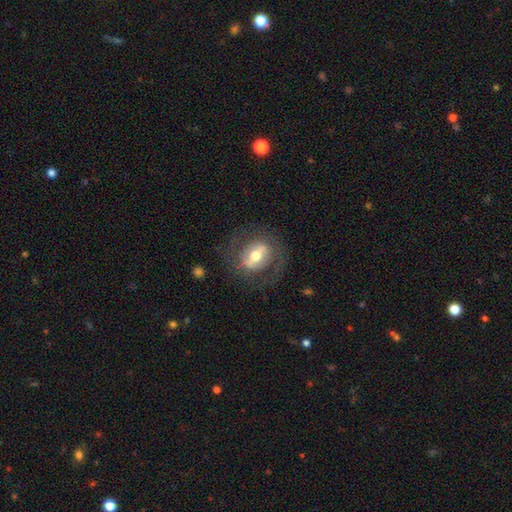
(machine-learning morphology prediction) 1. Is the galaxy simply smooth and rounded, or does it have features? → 59% featured or disk, 34% smooth, 7% star or artifact.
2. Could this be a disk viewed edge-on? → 90% no, 10% yes.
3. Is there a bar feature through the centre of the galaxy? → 45% strong, 33% weak, 22% no.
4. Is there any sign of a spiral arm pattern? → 61% no, 39% yes.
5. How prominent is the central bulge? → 67% moderate, 19% large, 11% small, 2% dominant, 1% none.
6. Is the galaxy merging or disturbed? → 72% none, 14% minor disturbance, 13% major disturbance, 1% merger.